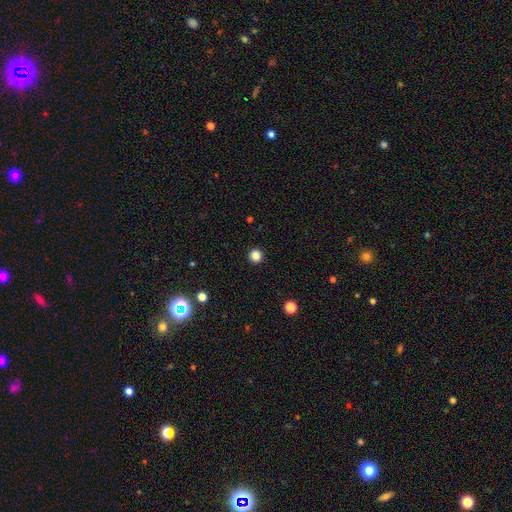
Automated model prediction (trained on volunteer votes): Smooth or featured? Predicted: smooth (p=0.85). How rounded? Predicted: round (p=0.96). Merging? Predicted: none (p=0.94).